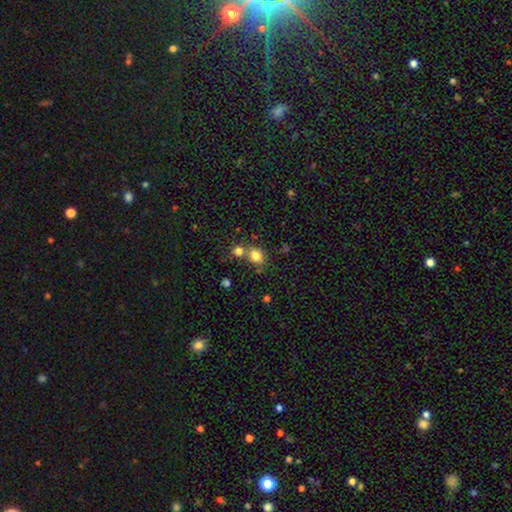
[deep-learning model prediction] A smooth galaxy with no disk features (81%) that is round (56%). Merging: none (55%).